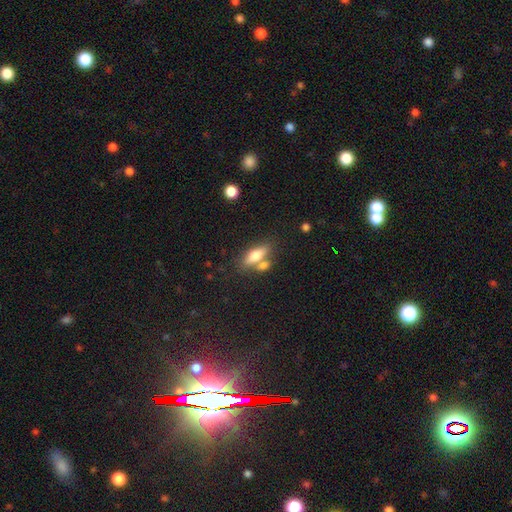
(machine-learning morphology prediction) Q: Smooth or featured?
A: smooth (65%); runner-up: featured or disk (27%)
Q: How rounded?
A: in between (64%); runner-up: cigar-shaped (32%)
Q: Merging?
A: none (54%); runner-up: merger (30%)